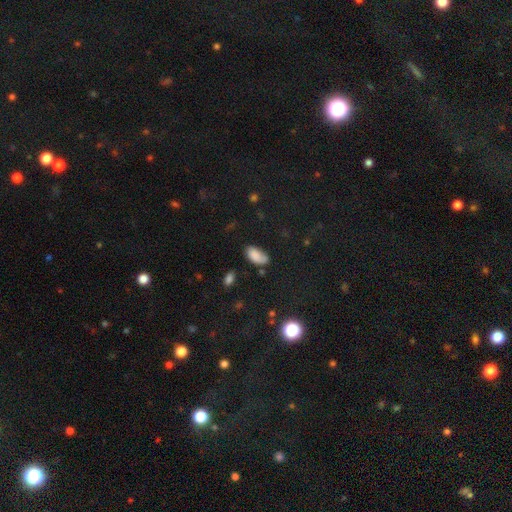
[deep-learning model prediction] The model was most divided on "merging": none: 58%, minor disturbance: 28%, major disturbance: 9%, merger: 5%. More confident: how rounded — in between (94%); smooth or featured — smooth (79%).